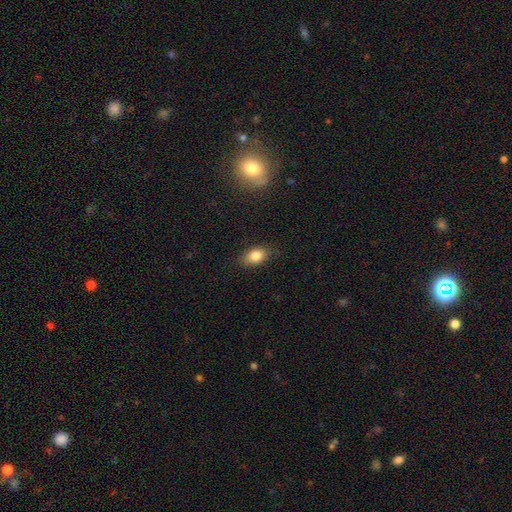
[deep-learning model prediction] Smooth or featured? smooth (83%)
How rounded? in between (82%)
Merging? none (82%)